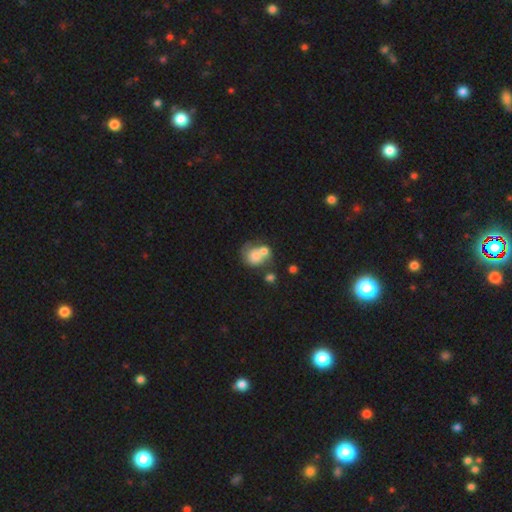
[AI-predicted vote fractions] A smooth galaxy with no disk features (63%) that is round (65%).

Vote fractions:
- Smooth or featured? smooth: 63% / featured or disk: 28% / star or artifact: 9%
- How rounded? round: 65% / in between: 34% / cigar-shaped: 1%
- Merging? merger: 52% / none: 24% / minor disturbance: 13% / major disturbance: 11%